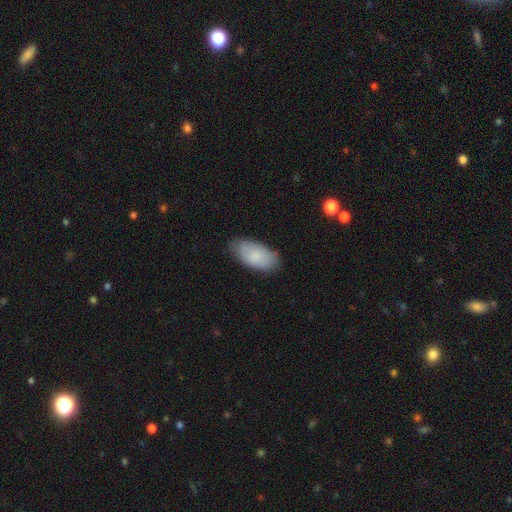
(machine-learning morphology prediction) A smooth galaxy with no disk features (79%) that is in between round and cigar-shaped (94%). Merging: none (75%).